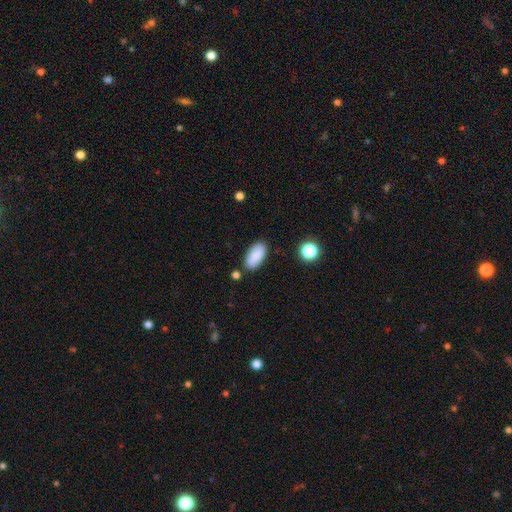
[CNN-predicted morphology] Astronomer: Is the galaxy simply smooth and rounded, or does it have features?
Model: smooth — 88%.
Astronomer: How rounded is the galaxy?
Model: in between — 92%.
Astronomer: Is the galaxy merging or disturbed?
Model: none — 83%.